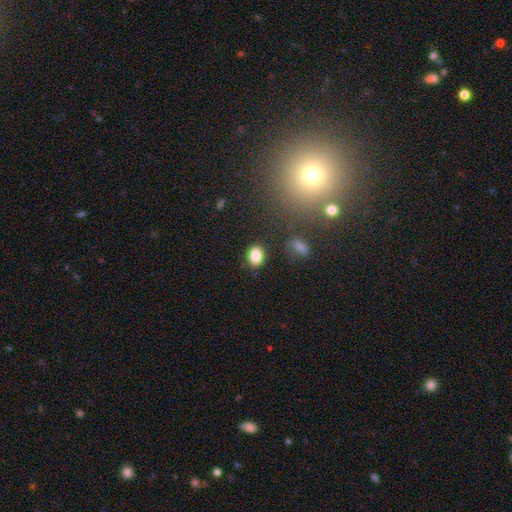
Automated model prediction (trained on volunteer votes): A smooth galaxy with no disk features (84%) that is in between round and cigar-shaped (72%).

Vote fractions:
- Smooth or featured? smooth: 84% / star or artifact: 10% / featured or disk: 6%
- How rounded? in between: 72% / round: 27% / cigar-shaped: 1%
- Merging? none: 85% / minor disturbance: 10% / major disturbance: 3% / merger: 2%